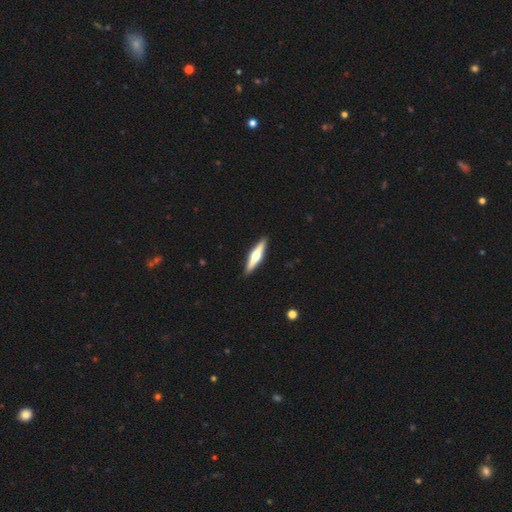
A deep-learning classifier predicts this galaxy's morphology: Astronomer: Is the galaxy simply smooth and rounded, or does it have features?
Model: featured or disk — 61%.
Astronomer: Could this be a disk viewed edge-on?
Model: yes — 97%.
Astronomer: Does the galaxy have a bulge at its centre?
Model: rounded — 92%.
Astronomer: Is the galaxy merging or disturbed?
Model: none — 91%.